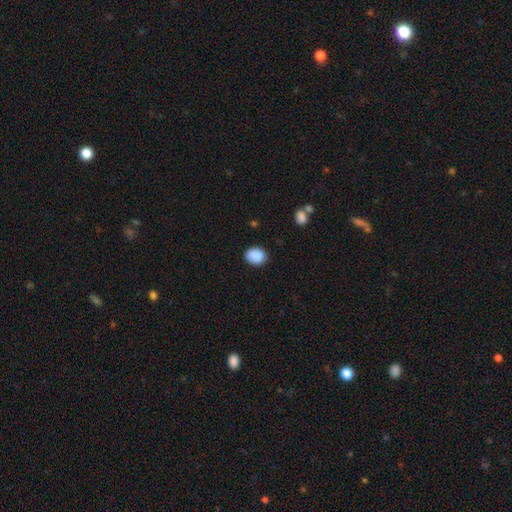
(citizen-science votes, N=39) Smooth or featured: smooth — 92% (star or artifact — 5%)
How rounded: round — 78% (in between — 22%)
Merging: none — 95% (minor disturbance — 3%)